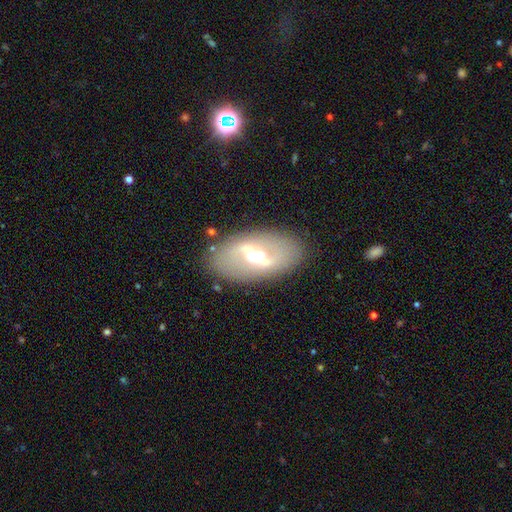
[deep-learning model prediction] Smooth or featured: featured or disk — 69% (smooth — 23%)
Edge-on disk: no — 87% (yes — 13%)
Bar: strong — 48% (weak — 41%)
Spiral arms: no — 52% (yes — 48%)
Bulge size: moderate — 65% (small — 23%)
Merging: none — 85% (minor disturbance — 9%)